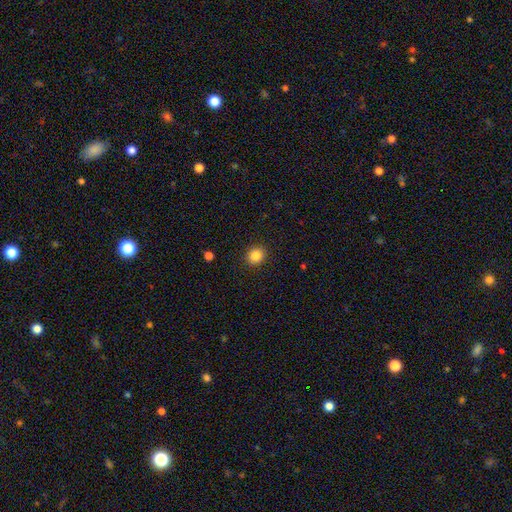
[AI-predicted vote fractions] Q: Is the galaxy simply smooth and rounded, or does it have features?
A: smooth — 85%.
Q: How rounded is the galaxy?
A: round — 72%.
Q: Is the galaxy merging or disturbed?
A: none — 91%.